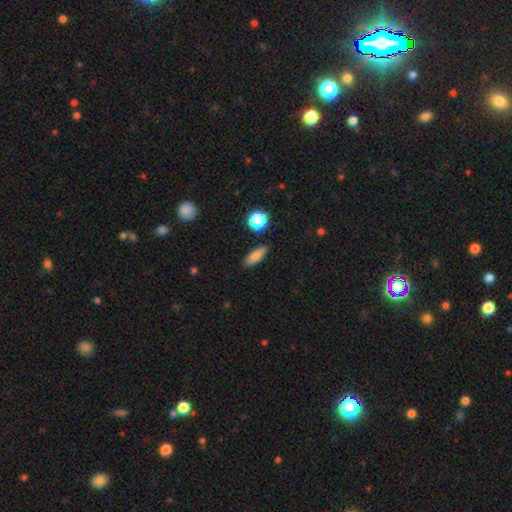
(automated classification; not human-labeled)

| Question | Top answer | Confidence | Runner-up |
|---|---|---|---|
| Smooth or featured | smooth | 79% | featured or disk (11%) |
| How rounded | in between | 62% | cigar-shaped (32%) |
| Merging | none | 86% | minor disturbance (10%) |